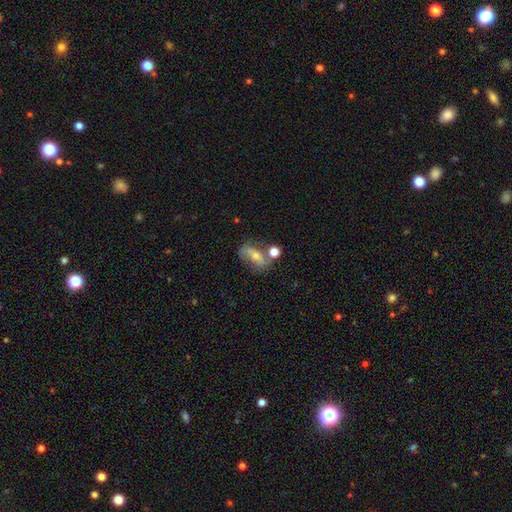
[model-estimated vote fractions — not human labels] This appears to be a featured or disk galaxy (53%). Merging: none (54%).